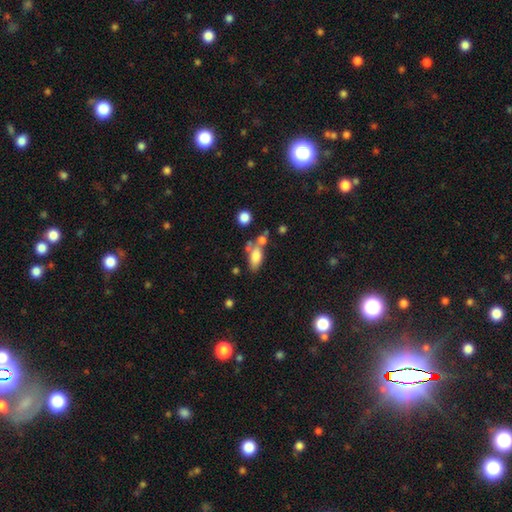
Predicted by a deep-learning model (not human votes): This appears to be a smooth galaxy with no disk features (76%) that is in between round and cigar-shaped (83%). Merging: none (44%).